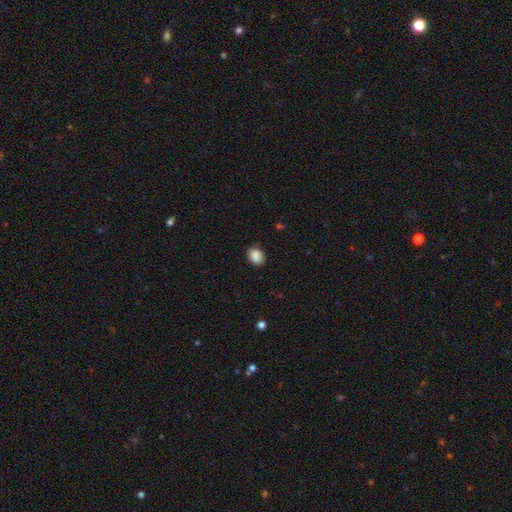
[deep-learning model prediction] A smooth galaxy with no disk features (88%) that is in between round and cigar-shaped (59%).

Vote fractions:
- Smooth or featured? smooth: 88% / star or artifact: 8% / featured or disk: 4%
- How rounded? in between: 59% / round: 40% / cigar-shaped: 1%
- Merging? none: 83% / minor disturbance: 13% / major disturbance: 3% / merger: 1%